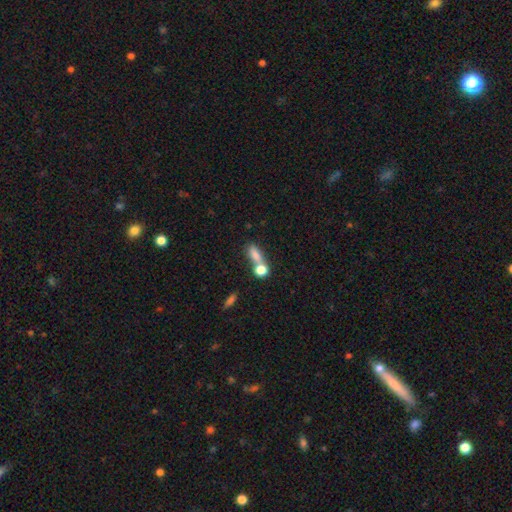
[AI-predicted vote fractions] Smooth or featured: smooth — 78% (star or artifact — 11%)
How rounded: in between — 59% (cigar-shaped — 21%)
Merging: merger — 43% (none — 40%)